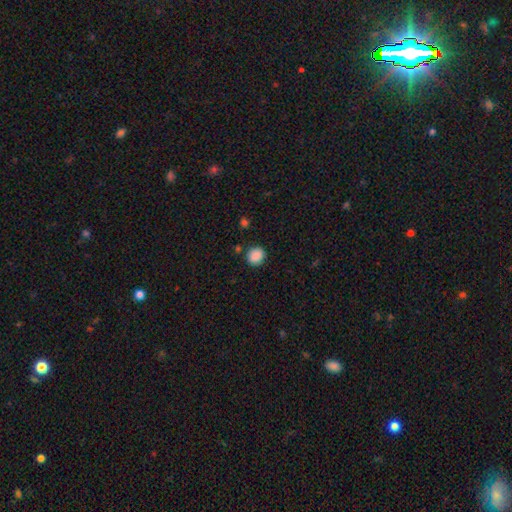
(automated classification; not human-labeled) The model was most divided on "how rounded": round: 79%, in between: 20%, cigar-shaped: 1%. More confident: smooth or featured — smooth (88%); merging — none (85%).